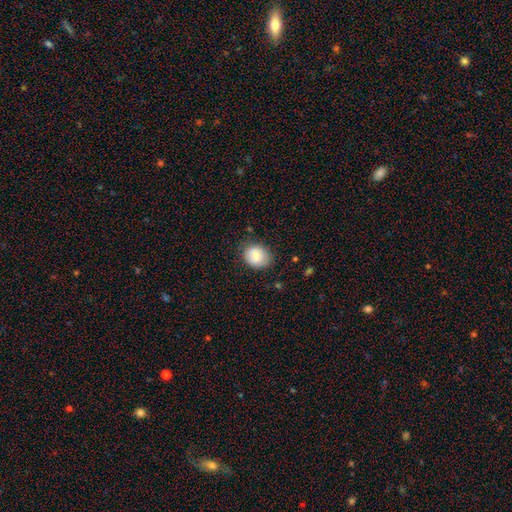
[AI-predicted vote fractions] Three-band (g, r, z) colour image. It shows a smooth galaxy with no disk features (80%) that is round (55%). Merging: none (76%).